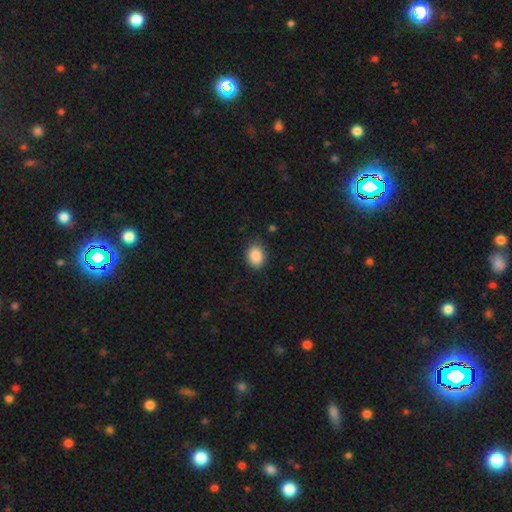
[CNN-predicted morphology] smooth 88%, star or artifact 8%, featured or disk 3%. Down the decision tree: how rounded — in between (58%); merging — none (82%).